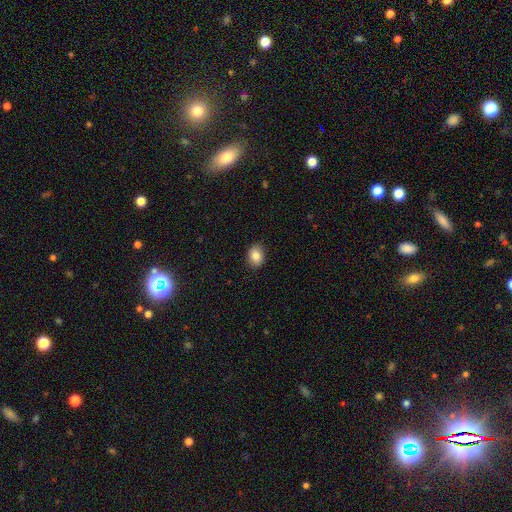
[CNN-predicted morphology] Smooth or featured? smooth (85%)
How rounded? in between (60%)
Merging? none (87%)